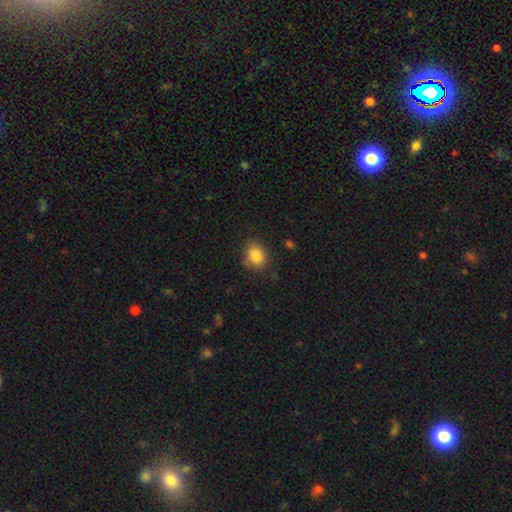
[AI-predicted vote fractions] A smooth galaxy with no disk features (86%) that is in between round and cigar-shaped (52%).

Vote fractions:
- Smooth or featured? smooth: 86% / star or artifact: 8% / featured or disk: 5%
- How rounded? in between: 52% / round: 47% / cigar-shaped: 1%
- Merging? none: 75% / minor disturbance: 18% / major disturbance: 5% / merger: 2%